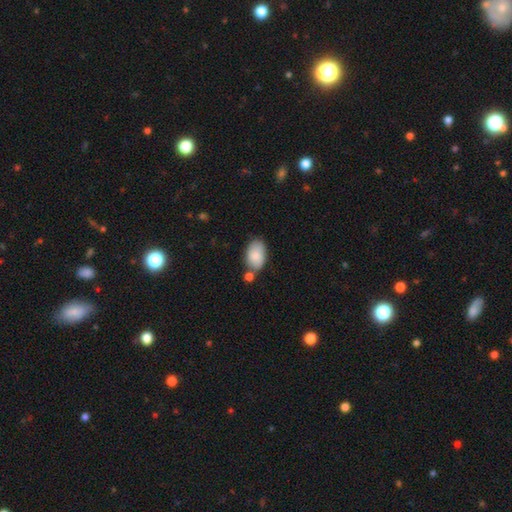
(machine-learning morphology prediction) Smooth or featured? Predicted: smooth (p=0.83). How rounded? Predicted: in between (p=0.92). Merging? Predicted: none (p=0.62).